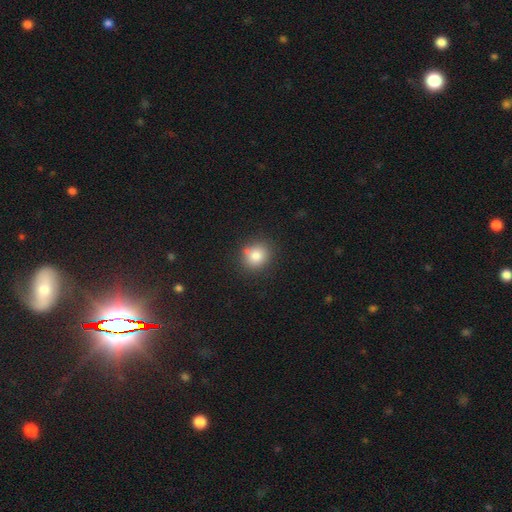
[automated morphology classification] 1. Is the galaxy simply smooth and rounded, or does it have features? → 81% smooth, 11% star or artifact, 8% featured or disk.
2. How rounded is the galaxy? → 80% round, 19% in between, 1% cigar-shaped.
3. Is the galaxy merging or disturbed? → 78% none, 12% minor disturbance, 7% merger, 3% major disturbance.